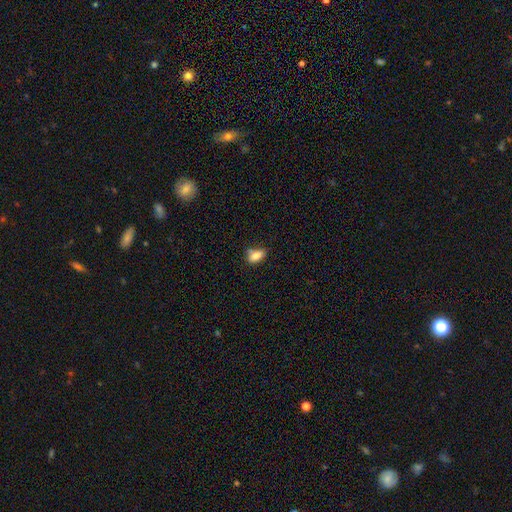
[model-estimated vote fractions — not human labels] Smooth or featured?
  - smooth: 82% *
  - star or artifact: 9%
  - featured or disk: 8%
How rounded?
  - in between: 86% *
  - round: 7%
  - cigar-shaped: 6%
Merging?
  - none: 55% *
  - minor disturbance: 27%
  - merger: 10%
  - major disturbance: 7%